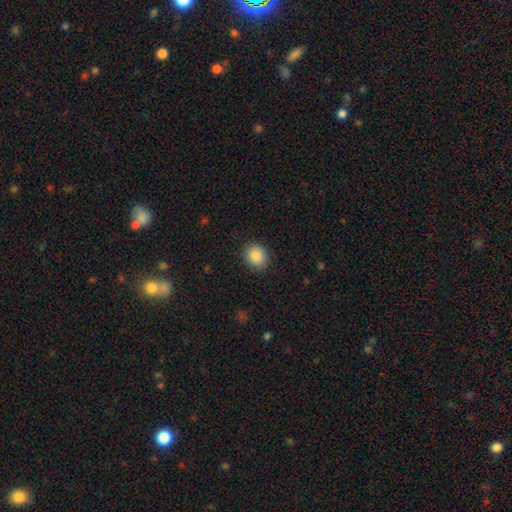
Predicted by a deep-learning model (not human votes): Smooth or featured: smooth — 88% (star or artifact — 9%)
How rounded: round — 74% (in between — 25%)
Merging: none — 88% (minor disturbance — 9%)